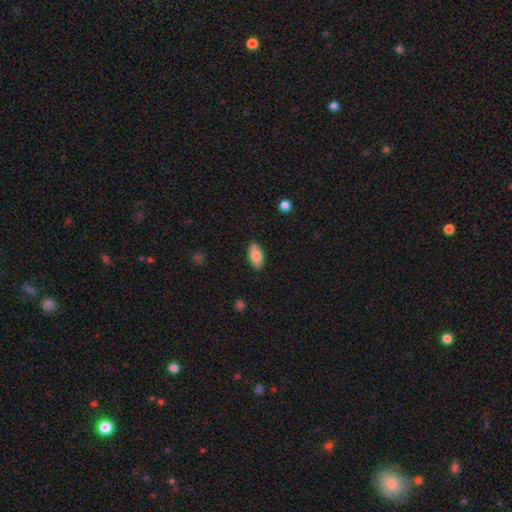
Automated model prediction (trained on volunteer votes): Smooth or featured: smooth — 80% (featured or disk — 14%)
How rounded: in between — 87% (cigar-shaped — 10%)
Merging: none — 88% (minor disturbance — 9%)